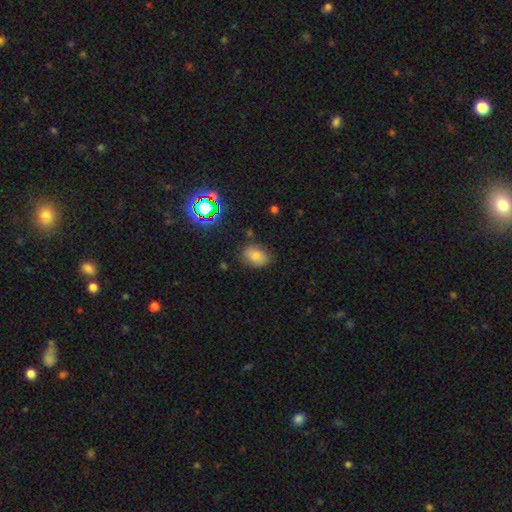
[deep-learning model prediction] Smooth or featured? smooth (78%)
How rounded? in between (77%)
Merging? none (79%)